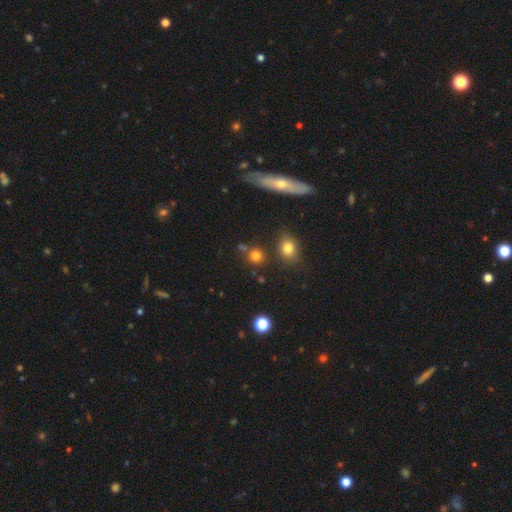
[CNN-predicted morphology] type=smooth (77%); roundness=round (89%); merging=none (74%).